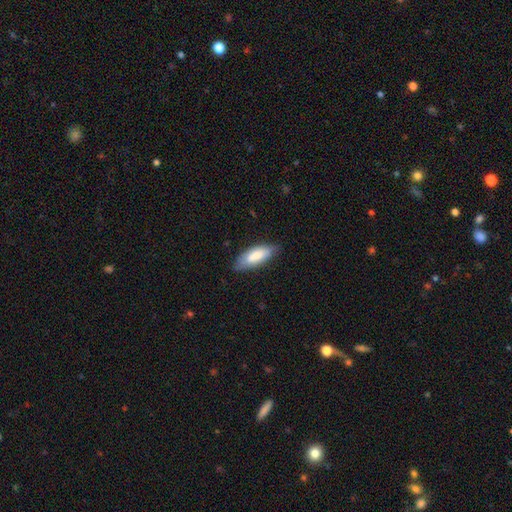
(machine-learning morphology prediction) smooth 79%, featured or disk 16%, star or artifact 5%. Down the decision tree: how rounded — in between (75%); merging — none (73%).